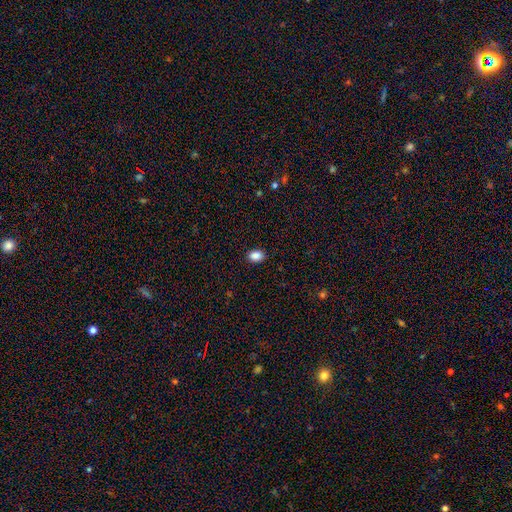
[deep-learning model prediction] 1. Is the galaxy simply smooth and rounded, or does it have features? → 88% smooth, 9% star or artifact, 3% featured or disk.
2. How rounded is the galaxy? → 82% in between, 17% round, 1% cigar-shaped.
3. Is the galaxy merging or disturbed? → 89% none, 8% minor disturbance, 2% major disturbance, 1% merger.